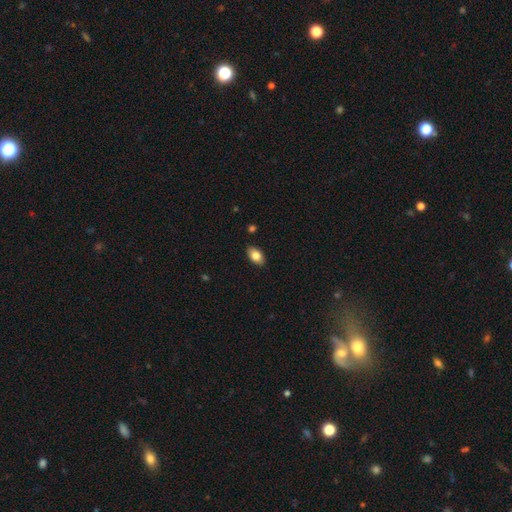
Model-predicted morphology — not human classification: Q: Smooth or featured?
A: smooth (83%); runner-up: featured or disk (10%)
Q: How rounded?
A: in between (92%); runner-up: round (6%)
Q: Merging?
A: none (88%); runner-up: minor disturbance (9%)